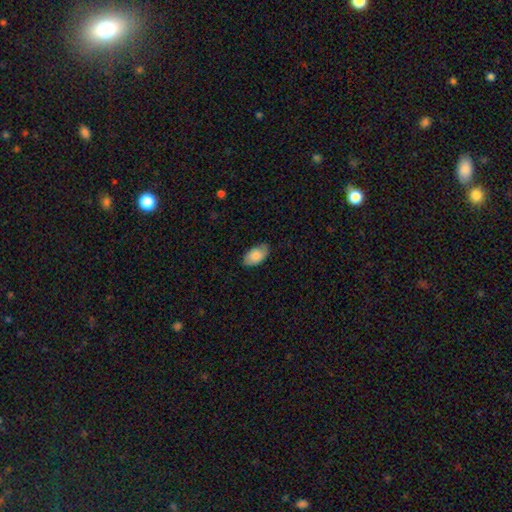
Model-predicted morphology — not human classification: Smooth or featured? smooth (81%)
How rounded? in between (95%)
Merging? none (76%)